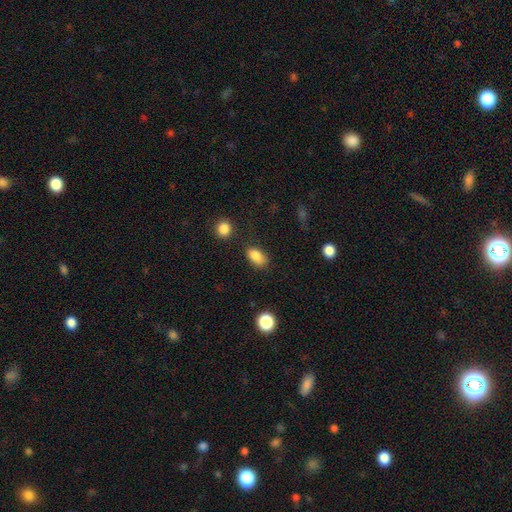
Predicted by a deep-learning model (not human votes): smooth-or-featured: smooth: 85% | star or artifact: 9% | featured or disk: 6%
  how-rounded: in between: 87% | round: 11% | cigar-shaped: 3%
  merging: none: 72% | minor disturbance: 19% | major disturbance: 5% | merger: 4%